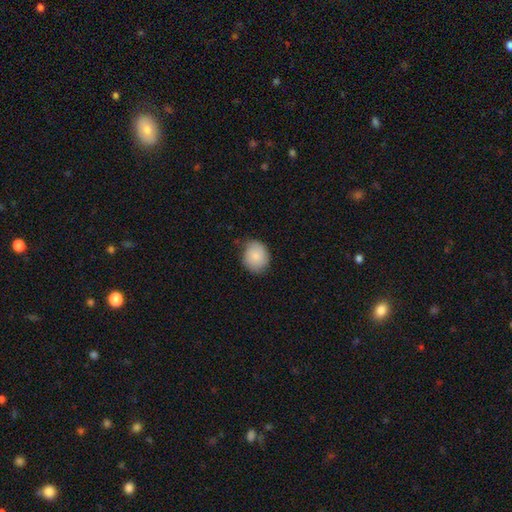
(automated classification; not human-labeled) Smooth or featured? Predicted: smooth (p=0.84). How rounded? Predicted: round (p=0.61). Merging? Predicted: none (p=0.73).